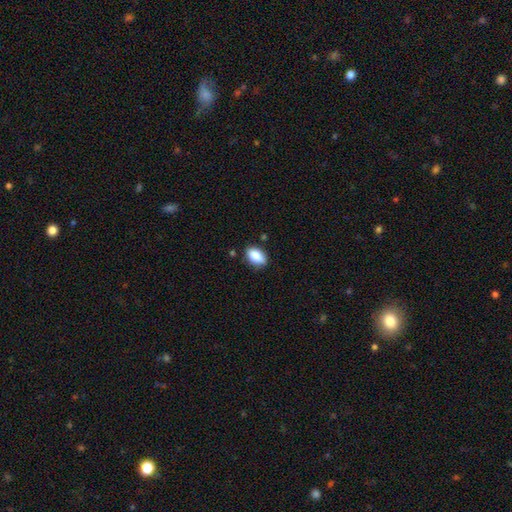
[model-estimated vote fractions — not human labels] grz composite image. It shows a smooth galaxy with no disk features (87%) that is in between round and cigar-shaped (90%). Merging: none (81%).